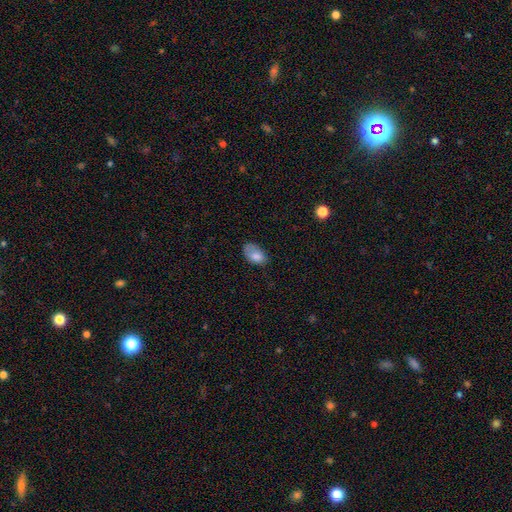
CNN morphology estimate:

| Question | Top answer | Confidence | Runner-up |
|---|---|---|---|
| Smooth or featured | smooth | 80% | featured or disk (12%) |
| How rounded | in between | 92% | round (7%) |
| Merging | none | 52% | minor disturbance (34%) |